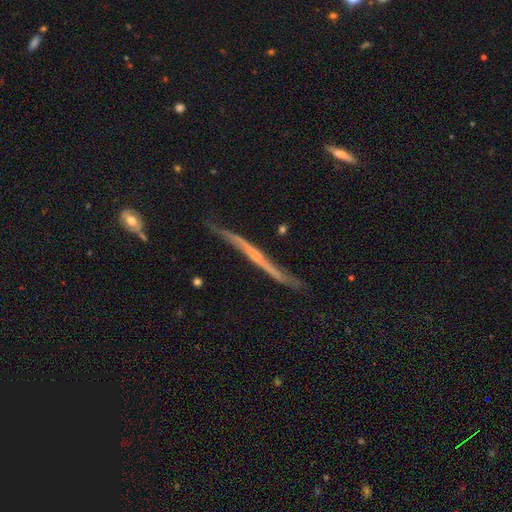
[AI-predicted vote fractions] The model was most divided on "merging": none: 67%, minor disturbance: 24%, major disturbance: 6%, merger: 3%. More confident: edge-on disk — yes (89%); edge-on bulge — none (75%); smooth or featured — featured or disk (72%).